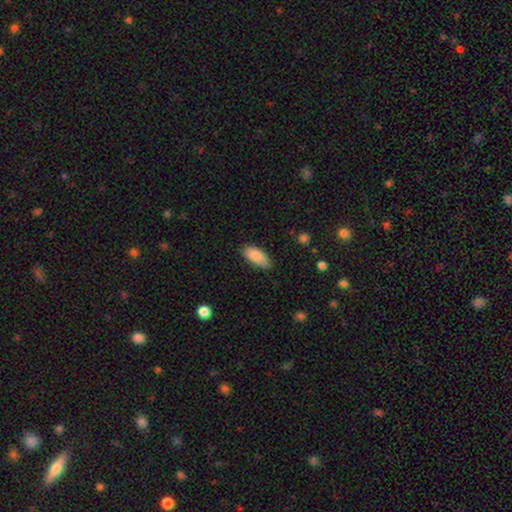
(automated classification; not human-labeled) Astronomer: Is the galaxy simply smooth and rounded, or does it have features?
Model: smooth — 88%.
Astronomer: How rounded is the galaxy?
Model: in between — 88%.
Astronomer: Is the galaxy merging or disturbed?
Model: none — 79%.